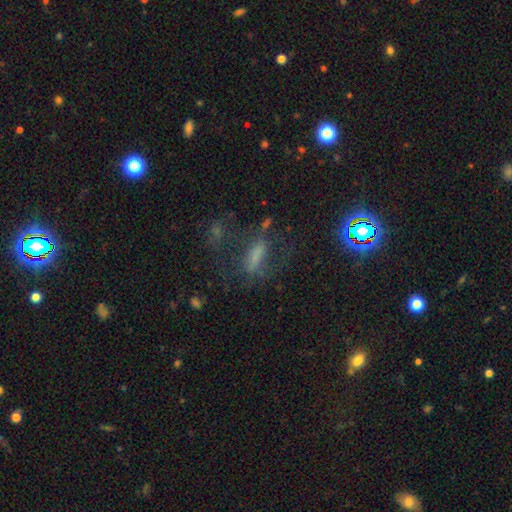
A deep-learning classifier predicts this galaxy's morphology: A smooth galaxy with no disk features (42%).

Vote fractions:
- Smooth or featured? smooth: 42% / featured or disk: 32% / star or artifact: 25%
- Merging? none: 49% / major disturbance: 27% / minor disturbance: 19% / merger: 4%